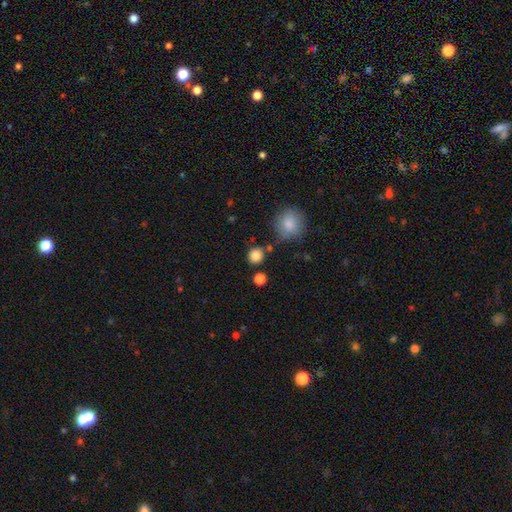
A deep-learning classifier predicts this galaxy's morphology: A smooth galaxy with no disk features (84%) that is round (88%).

Vote fractions:
- Smooth or featured? smooth: 84% / star or artifact: 12% / featured or disk: 5%
- How rounded? round: 88% / in between: 11% / cigar-shaped: 1%
- Merging? none: 80% / minor disturbance: 10% / merger: 8% / major disturbance: 3%